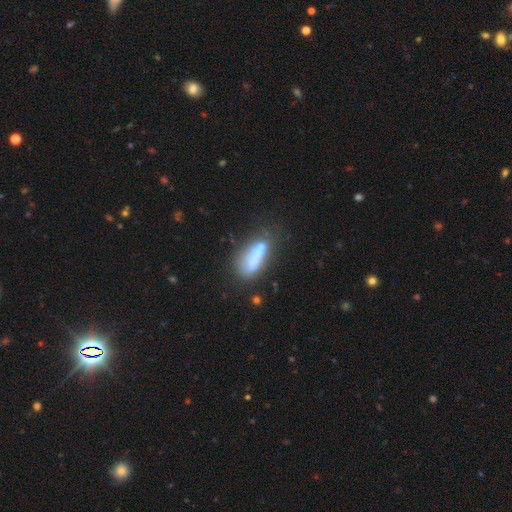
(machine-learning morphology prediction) type=smooth (61%); roundness=cigar-shaped (49%); merging=none (44%).